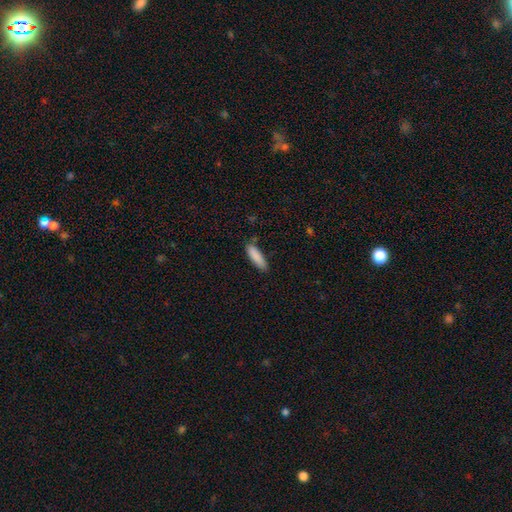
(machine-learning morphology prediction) A smooth galaxy with no disk features (88%) that is cigar-shaped (59%). Merging: none (82%).